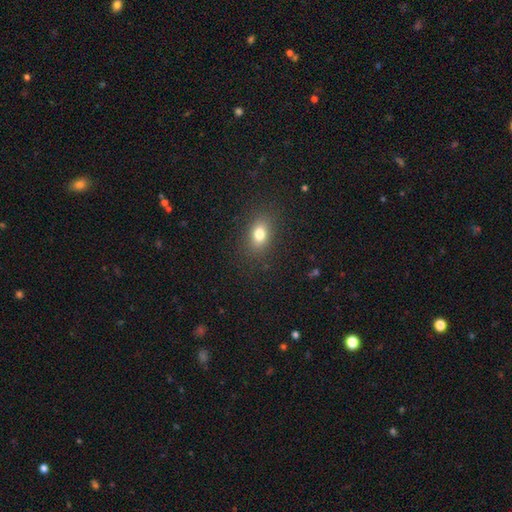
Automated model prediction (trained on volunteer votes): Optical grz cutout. It shows a smooth galaxy with no disk features (67%) that is in between round and cigar-shaped (62%). Merging: none (90%).